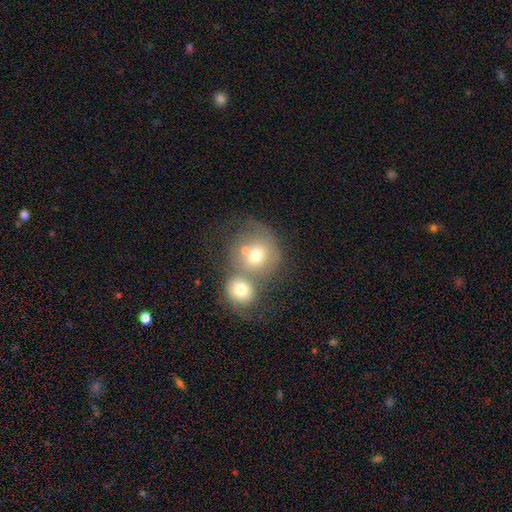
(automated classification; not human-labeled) smooth-or-featured: smooth: 59% | featured or disk: 30% | star or artifact: 11%
  how-rounded: round: 77% | in between: 22% | cigar-shaped: 1%
  merging: merger: 67% | none: 19% | minor disturbance: 7% | major disturbance: 7%